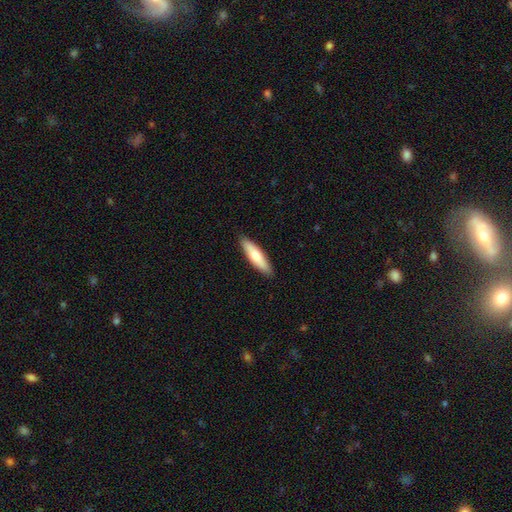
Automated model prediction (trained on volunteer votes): The model was most divided on "how rounded": cigar-shaped: 70%, in between: 28%, round: 2%. More confident: merging — none (90%); smooth or featured — smooth (71%).